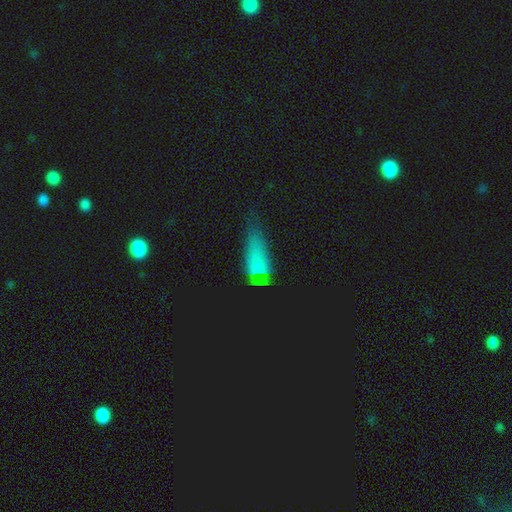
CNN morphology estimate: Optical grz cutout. It shows a smooth galaxy with no disk features (56%) that is in between round and cigar-shaped (68%). Merging: none (50%).